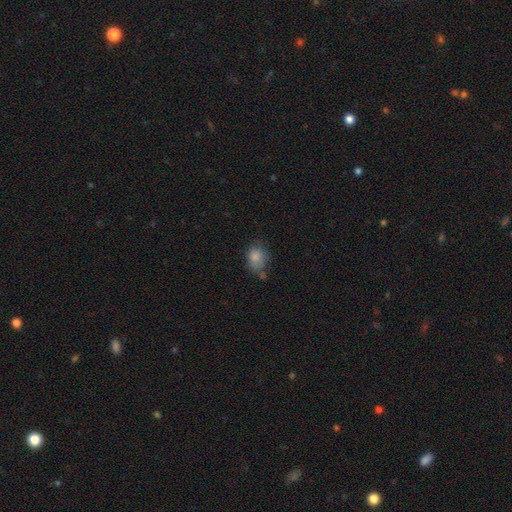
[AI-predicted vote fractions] Smooth or featured: smooth — 83% (star or artifact — 10%)
How rounded: in between — 51% (round — 48%)
Merging: none — 56% (minor disturbance — 25%)